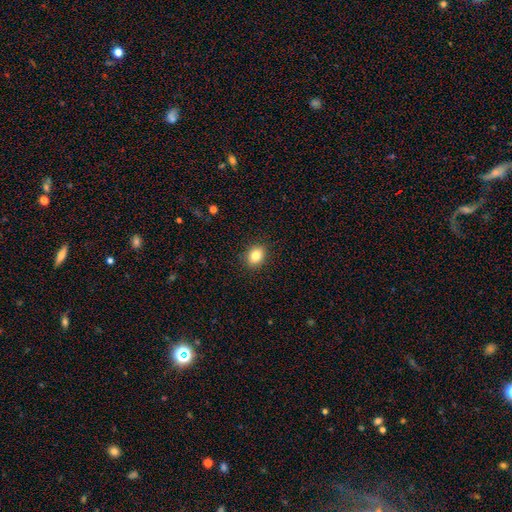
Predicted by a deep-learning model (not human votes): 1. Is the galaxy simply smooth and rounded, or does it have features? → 83% smooth, 10% star or artifact, 7% featured or disk.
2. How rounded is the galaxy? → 50% in between, 49% round, 1% cigar-shaped.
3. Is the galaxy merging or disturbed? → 90% none, 7% minor disturbance, 2% major disturbance, 1% merger.